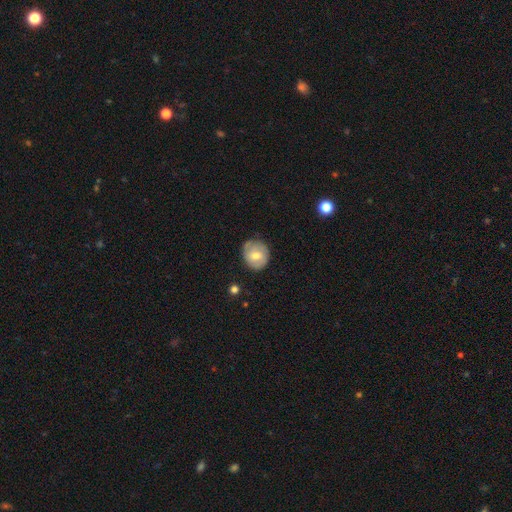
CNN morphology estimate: The model was most divided on "smooth or featured": smooth: 63%, featured or disk: 30%, star or artifact: 7%. More confident: how rounded — round (80%); merging — none (74%).